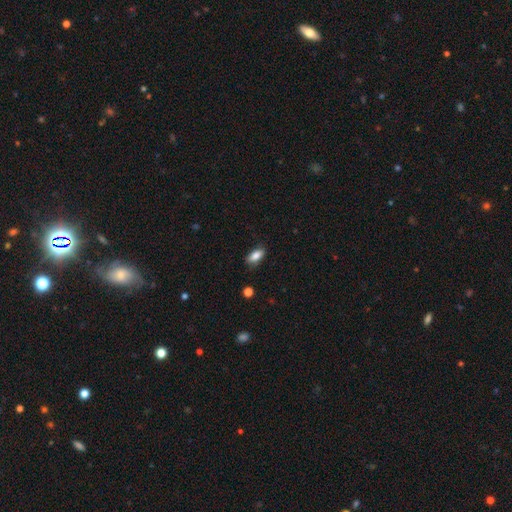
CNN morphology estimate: smooth-or-featured: smooth: 83% | featured or disk: 10% | star or artifact: 7%
  how-rounded: in between: 85% | cigar-shaped: 12% | round: 3%
  merging: none: 79% | minor disturbance: 16% | major disturbance: 3% | merger: 1%